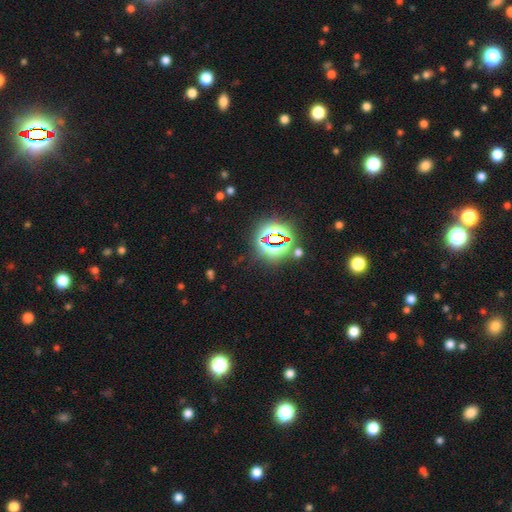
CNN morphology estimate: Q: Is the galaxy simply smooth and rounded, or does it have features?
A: star or artifact — 79%.